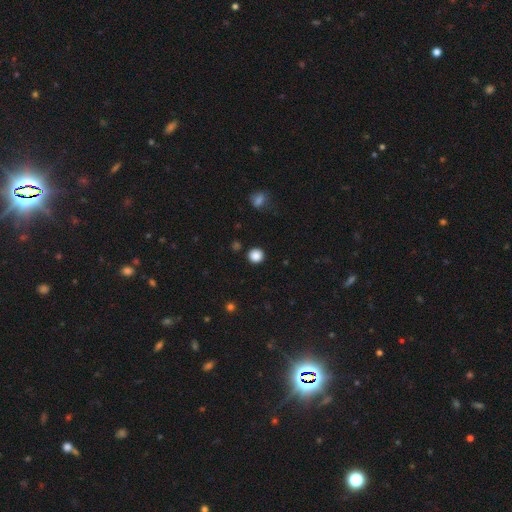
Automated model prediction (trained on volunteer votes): smooth 86%, star or artifact 11%, featured or disk 3%. Down the decision tree: how rounded — round (94%); merging — none (91%).